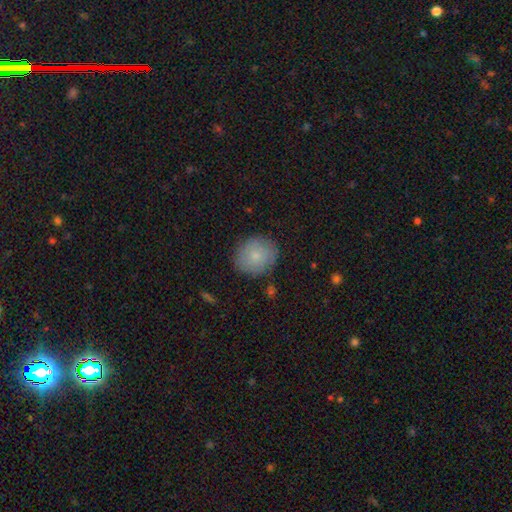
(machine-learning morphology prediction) This is likely a smooth galaxy (76%). How rounded: clearly round (81%). Merging: clearly none (83%).